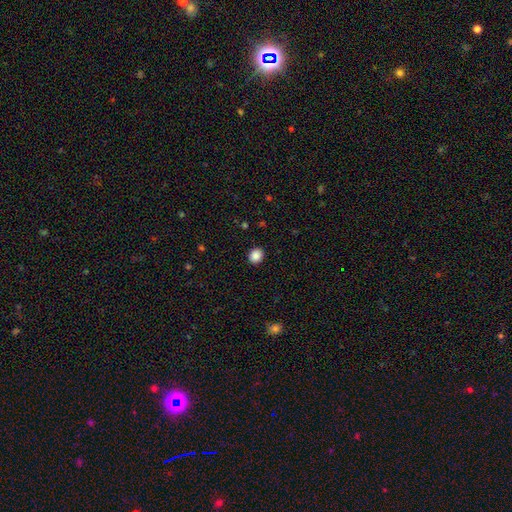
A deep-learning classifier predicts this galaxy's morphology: smooth_or_featured: smooth (p=0.88) [alt: star or artifact p=0.09]
how_rounded: round (p=0.65) [alt: in between p=0.34]
merging: none (p=0.91) [alt: minor disturbance p=0.06]